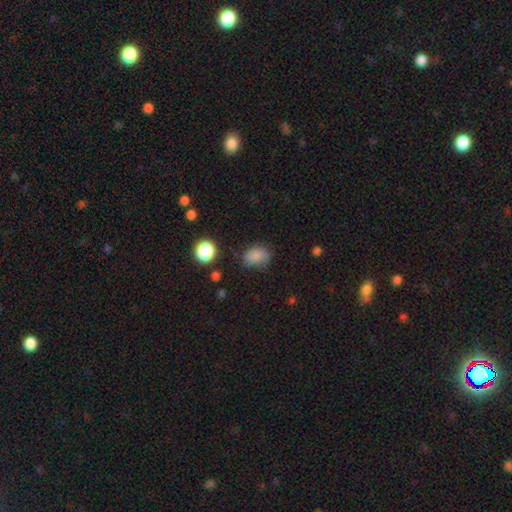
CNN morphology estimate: Overall: smooth (83%). How rounded: in between (69%; round 30%). Merging: none (71%).